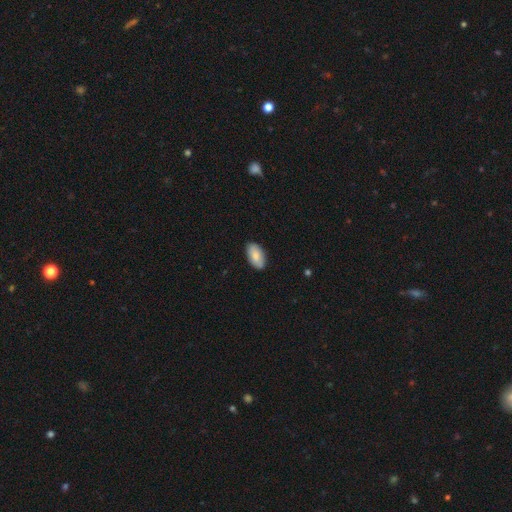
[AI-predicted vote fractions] A smooth galaxy with no disk features (82%) that is in between round and cigar-shaped (95%). Merging: none (85%).